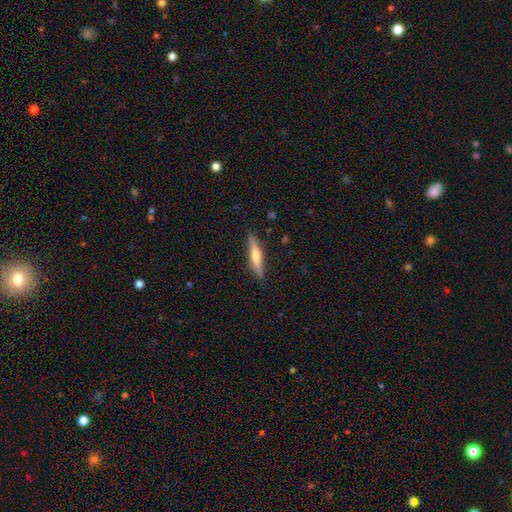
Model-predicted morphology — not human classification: Smooth or featured? Predicted: smooth (p=0.48). Merging? Predicted: none (p=0.86).